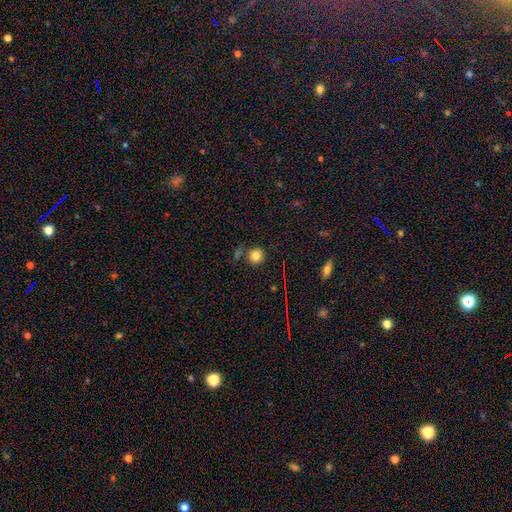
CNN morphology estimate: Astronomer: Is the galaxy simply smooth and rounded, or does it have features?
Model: smooth — 80%.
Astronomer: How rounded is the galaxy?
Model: round — 91%.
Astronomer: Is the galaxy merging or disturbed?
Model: none — 78%.